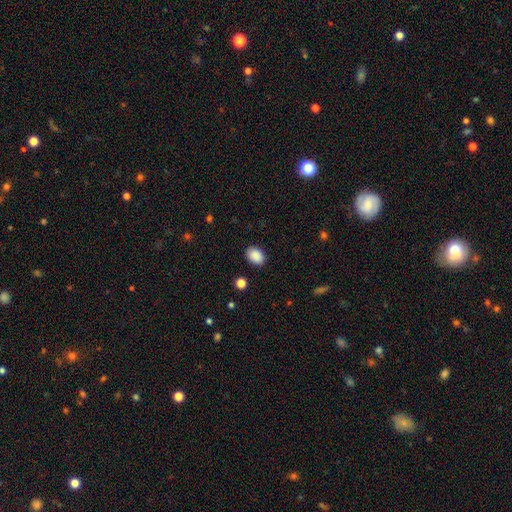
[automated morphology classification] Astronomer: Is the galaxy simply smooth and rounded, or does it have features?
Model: smooth — 89%.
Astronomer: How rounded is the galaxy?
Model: in between — 76%.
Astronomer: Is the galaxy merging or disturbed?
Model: none — 88%.